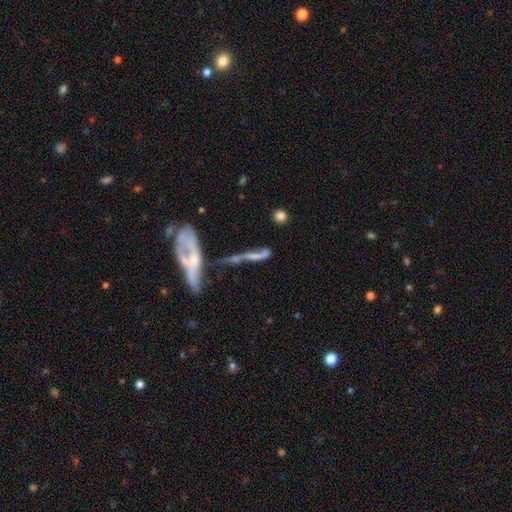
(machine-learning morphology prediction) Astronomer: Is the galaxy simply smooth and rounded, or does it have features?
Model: featured or disk — 45% (runner-up: smooth, 41%).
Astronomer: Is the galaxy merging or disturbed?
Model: merger — 51%.